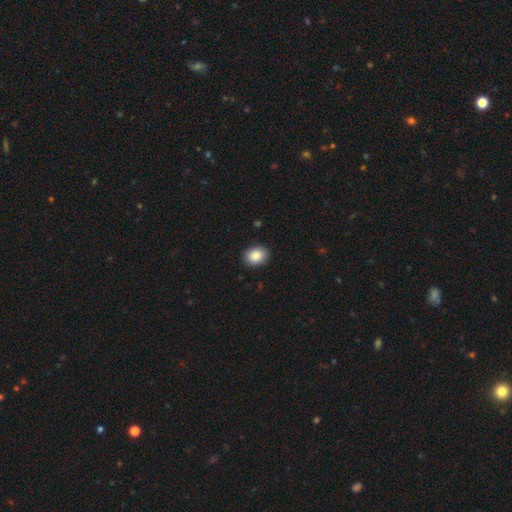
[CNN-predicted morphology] Q: Smooth or featured?
A: smooth (88%); runner-up: star or artifact (7%)
Q: How rounded?
A: in between (63%); runner-up: round (36%)
Q: Merging?
A: none (90%); runner-up: minor disturbance (7%)